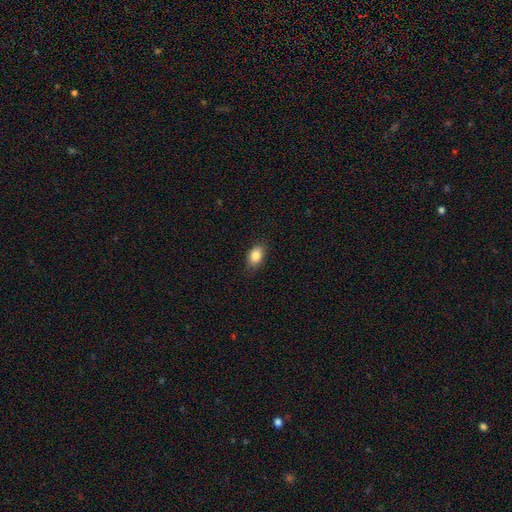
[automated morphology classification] Smooth or featured: smooth — 86% (star or artifact — 8%)
How rounded: in between — 86% (round — 12%)
Merging: none — 84% (minor disturbance — 13%)